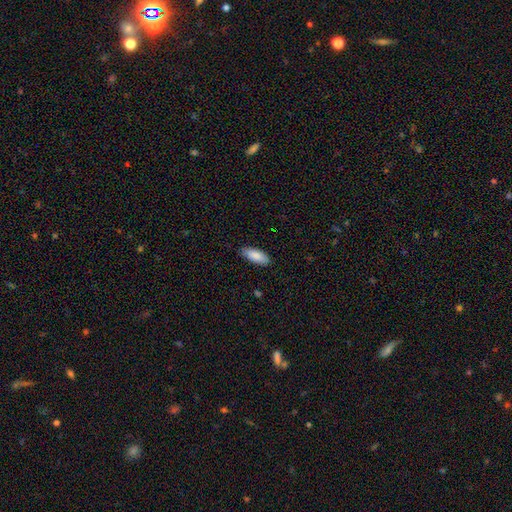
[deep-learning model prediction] Smooth or featured? Predicted: smooth (p=0.88). How rounded? Predicted: in between (p=0.79). Merging? Predicted: none (p=0.87).